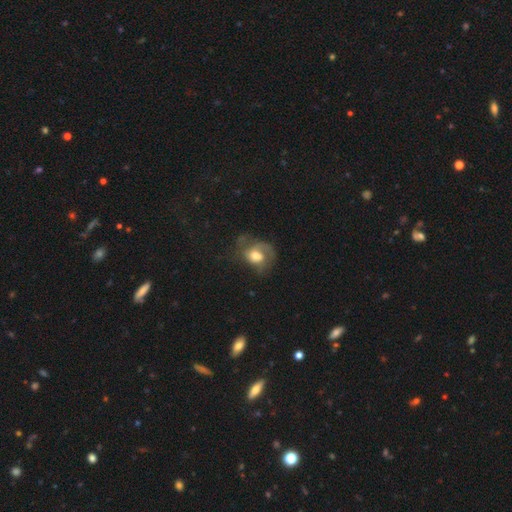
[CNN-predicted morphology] Q: Smooth or featured?
A: featured or disk (51%); runner-up: smooth (40%)
Q: Edge-on disk?
A: no (97%); runner-up: yes (3%)
Q: Merging?
A: major disturbance (38%); runner-up: none (35%)